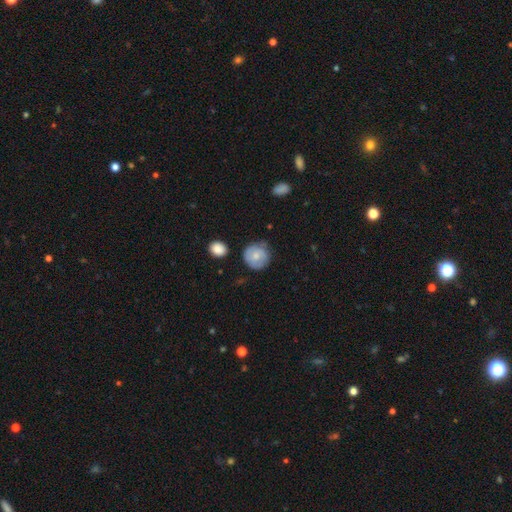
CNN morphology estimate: smooth-or-featured: smooth: 61% | featured or disk: 32% | star or artifact: 7%
  how-rounded: round: 89% | in between: 10% | cigar-shaped: 1%
  merging: none: 65% | minor disturbance: 26% | major disturbance: 6% | merger: 3%